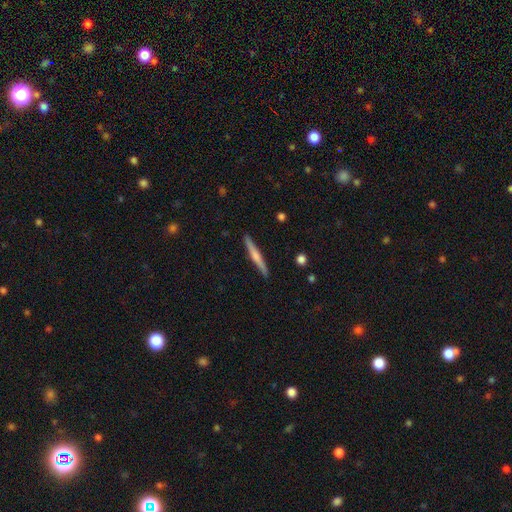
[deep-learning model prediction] featured or disk 52%, smooth 43%, star or artifact 5%. Down the decision tree: edge-on disk — yes (98%); edge-on bulge — rounded (63%); merging — none (91%).